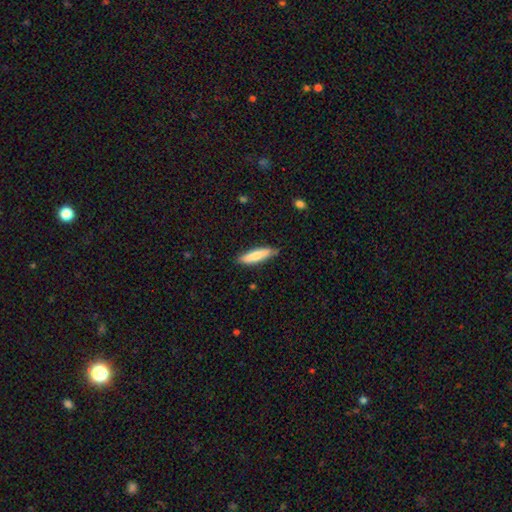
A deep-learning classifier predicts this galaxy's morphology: Smooth or featured? Predicted: smooth (p=0.75). How rounded? Predicted: cigar-shaped (p=0.78). Merging? Predicted: none (p=0.82).